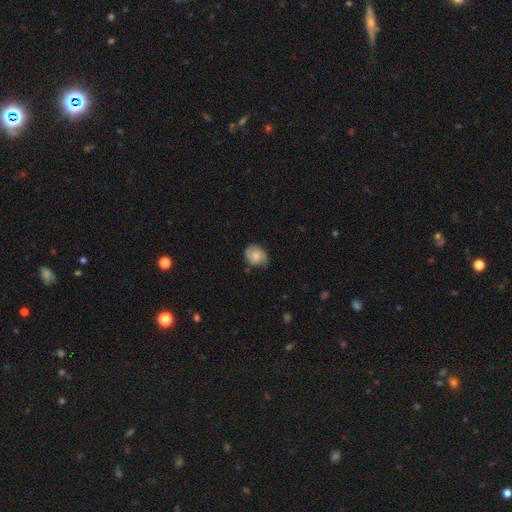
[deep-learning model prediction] smooth_or_featured: smooth (p=0.56) [alt: featured or disk p=0.36]
how_rounded: round (p=0.54) [alt: in between p=0.45]
merging: none (p=0.62) [alt: minor disturbance p=0.29]